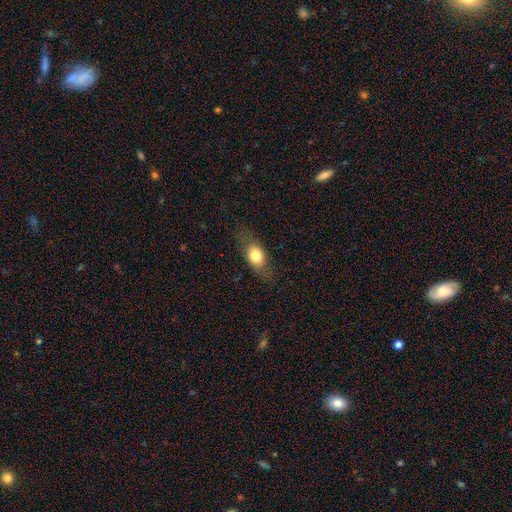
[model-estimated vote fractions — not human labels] smooth 71%, featured or disk 20%, star or artifact 8%. Down the decision tree: how rounded — in between (71%); merging — none (75%).